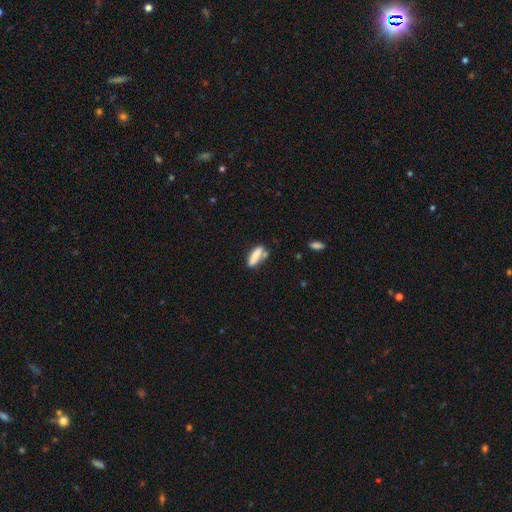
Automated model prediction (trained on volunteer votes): smooth-or-featured: smooth: 80% | featured or disk: 13% | star or artifact: 8%
  how-rounded: cigar-shaped: 56% | in between: 42% | round: 2%
  merging: none: 58% | minor disturbance: 21% | merger: 14% | major disturbance: 6%